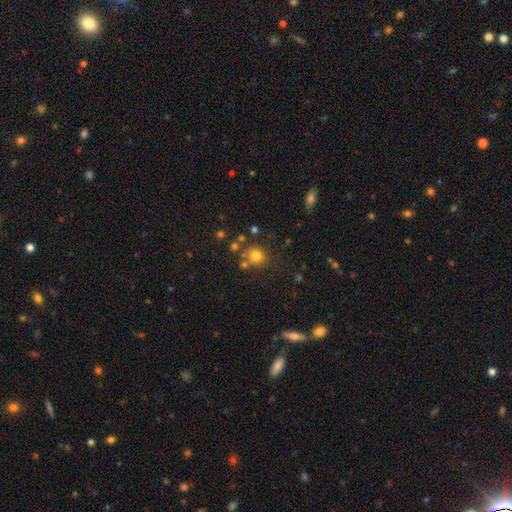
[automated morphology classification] smooth-or-featured: smooth: 76% | star or artifact: 15% | featured or disk: 9%
  how-rounded: round: 88% | in between: 11% | cigar-shaped: 1%
  merging: none: 72% | merger: 14% | minor disturbance: 10% | major disturbance: 4%